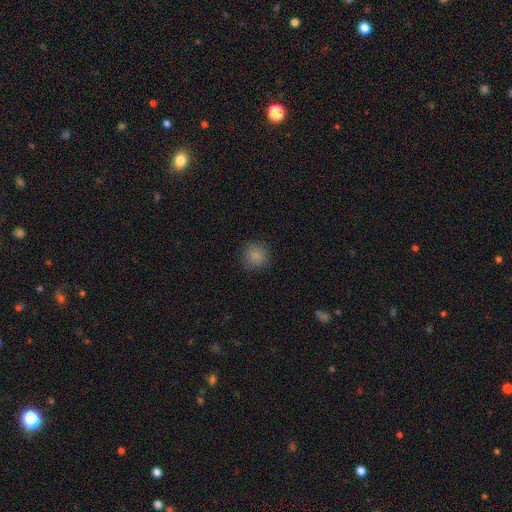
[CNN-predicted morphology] The model was most divided on "smooth or featured": smooth: 85%, star or artifact: 11%, featured or disk: 4%. More confident: how rounded — round (91%); merging — none (87%).